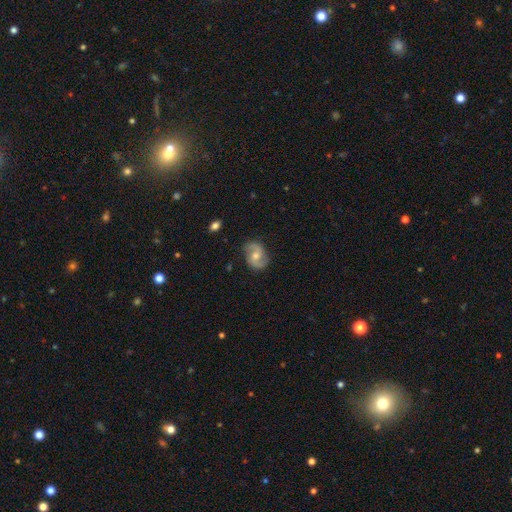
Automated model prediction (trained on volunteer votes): Smooth or featured? featured or disk (81%)
Edge-on disk? no (98%)
Bar? no (50%)
Spiral arms? yes (94%)
Spiral winding? medium (47%)
Spiral arm count? 2 (92%)
Bulge size? moderate (64%)
Merging? none (84%)